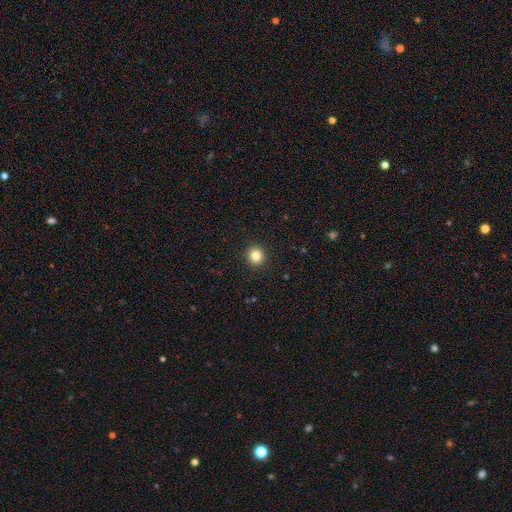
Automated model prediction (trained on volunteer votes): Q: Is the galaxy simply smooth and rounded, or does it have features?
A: smooth — 83%.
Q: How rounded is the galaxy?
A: round — 92%.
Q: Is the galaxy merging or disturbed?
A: none — 93%.